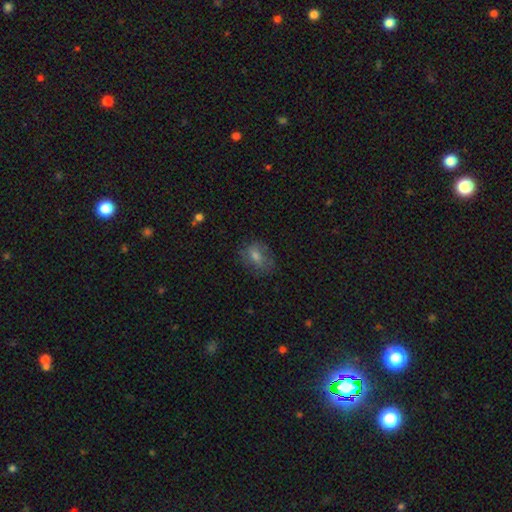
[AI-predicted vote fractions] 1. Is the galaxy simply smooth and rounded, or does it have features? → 63% smooth, 23% featured or disk, 14% star or artifact.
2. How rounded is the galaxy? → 63% in between, 34% round, 2% cigar-shaped.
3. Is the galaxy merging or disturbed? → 71% none, 20% minor disturbance, 8% major disturbance, 1% merger.